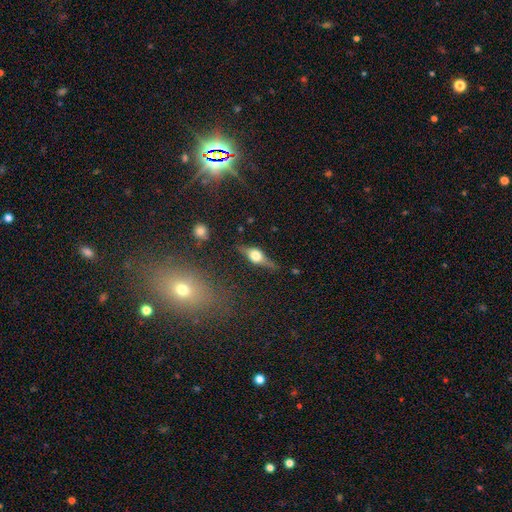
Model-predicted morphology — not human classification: A featured or disk galaxy (65%) viewed edge-on (92%) with a rounded central bulge (94%).

Vote fractions:
- Smooth or featured? featured or disk: 65% / smooth: 28% / star or artifact: 7%
- Edge-on disk? yes: 92% / no: 8%
- Edge-on bulge? rounded: 94% / boxy: 5% / none: 1%
- Merging? none: 78% / minor disturbance: 15% / major disturbance: 5% / merger: 2%